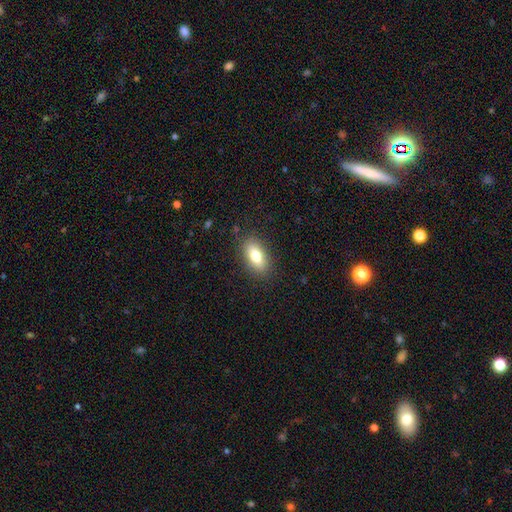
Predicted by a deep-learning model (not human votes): The model was most divided on "smooth or featured": smooth: 79%, featured or disk: 14%, star or artifact: 8%. More confident: how rounded — in between (88%); merging — none (86%).